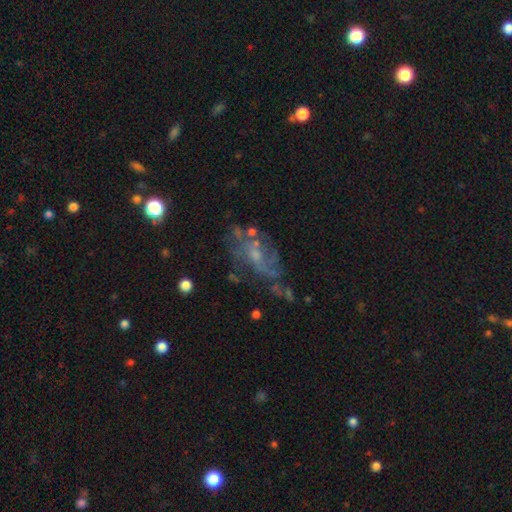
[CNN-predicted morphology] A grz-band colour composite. It shows a featured or disk galaxy (66%) with no bar (68%), spiral arms (67%) and a small central bulge (60%). Merging: none (51%).